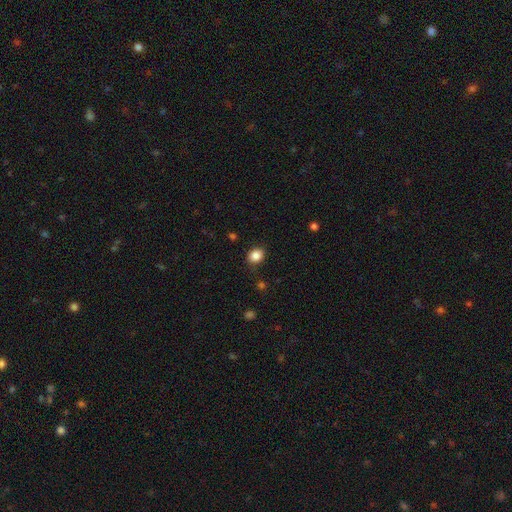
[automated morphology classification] Smooth or featured: smooth — 86% (star or artifact — 10%)
How rounded: in between — 50% (round — 49%)
Merging: none — 85% (minor disturbance — 11%)